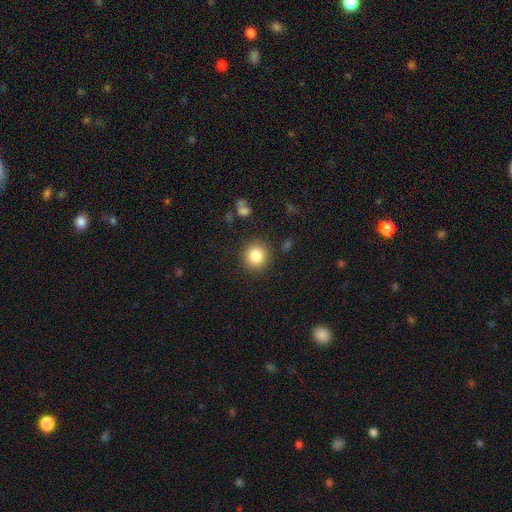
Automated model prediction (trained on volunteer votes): This appears to be a smooth galaxy with no disk features (84%) that is round (89%). Merging: none (89%).